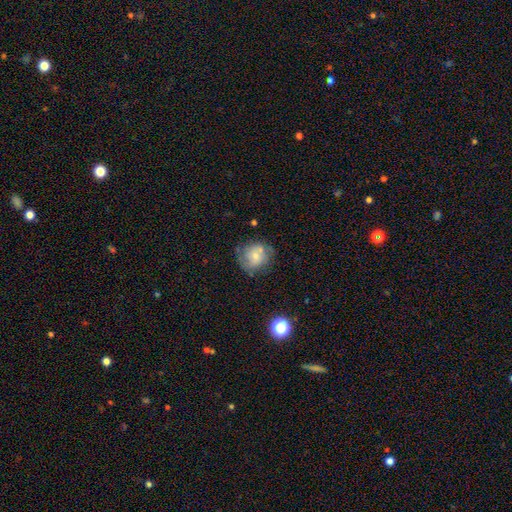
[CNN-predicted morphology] Smooth or featured: smooth — 56% (featured or disk — 34%)
How rounded: round — 81% (in between — 18%)
Merging: none — 58% (minor disturbance — 23%)